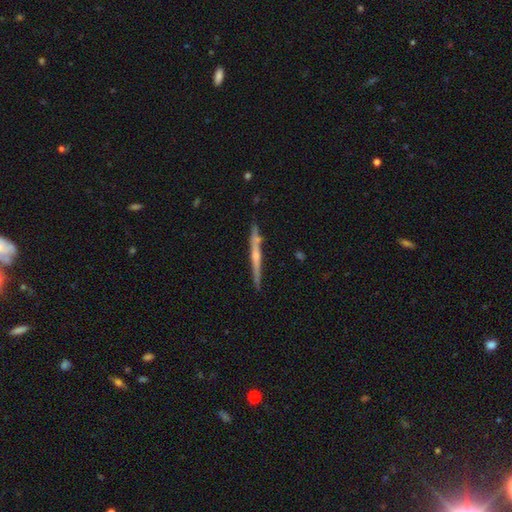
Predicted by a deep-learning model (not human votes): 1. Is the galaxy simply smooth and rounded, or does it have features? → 68% featured or disk, 26% smooth, 6% star or artifact.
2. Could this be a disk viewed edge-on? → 97% yes, 3% no.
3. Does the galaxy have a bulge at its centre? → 56% rounded, 37% none, 7% boxy.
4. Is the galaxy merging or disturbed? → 84% none, 11% minor disturbance, 3% merger, 2% major disturbance.